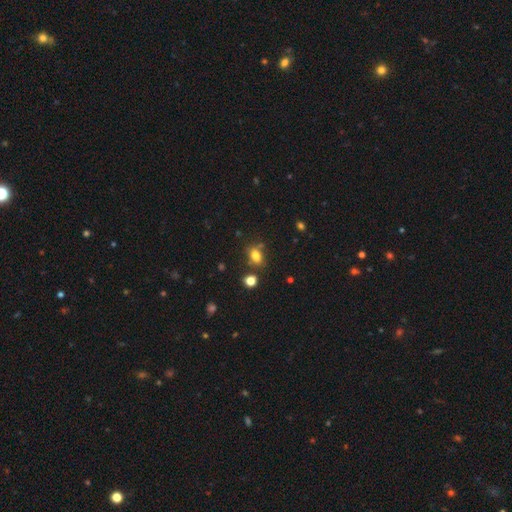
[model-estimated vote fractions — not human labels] Smooth or featured? Predicted: smooth (p=0.77). How rounded? Predicted: in between (p=0.69). Merging? Predicted: none (p=0.66).